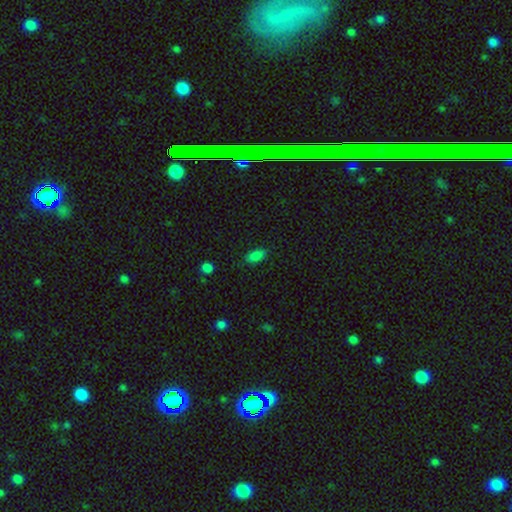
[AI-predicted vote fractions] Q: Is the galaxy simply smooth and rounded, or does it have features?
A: smooth — 83%.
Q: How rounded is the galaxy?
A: in between — 87%.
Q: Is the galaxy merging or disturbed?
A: none — 81%.